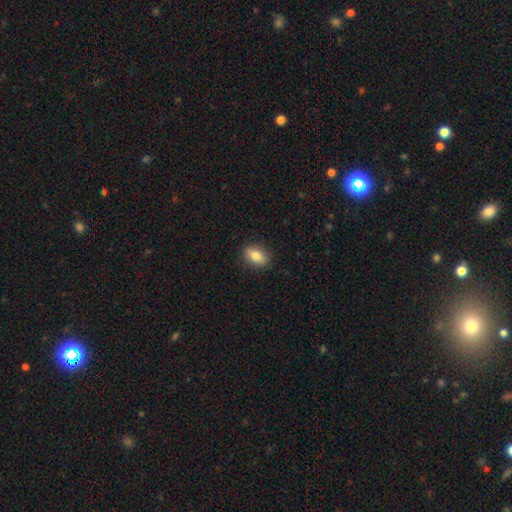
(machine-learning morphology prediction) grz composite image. It shows a smooth galaxy with no disk features (79%) that is in between round and cigar-shaped (80%). Merging: none (86%).